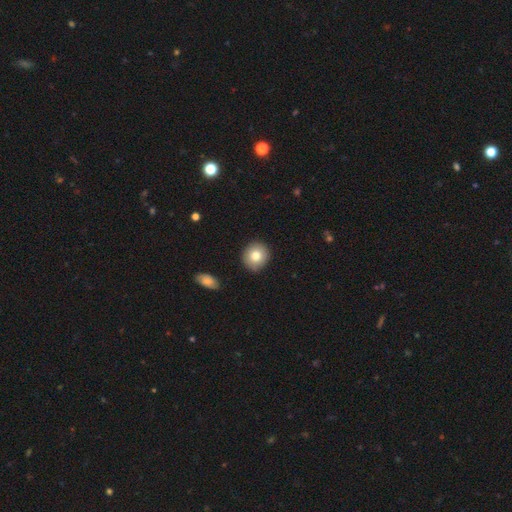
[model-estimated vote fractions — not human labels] This is clearly a smooth galaxy (80%). How rounded: clearly round (87%). Merging: clearly none (89%).